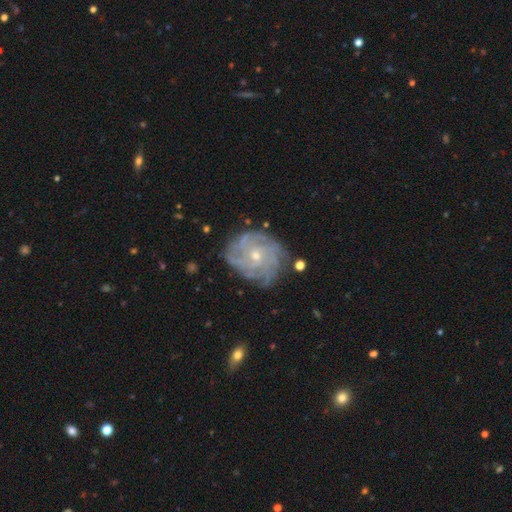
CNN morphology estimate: The model was most divided on "spiral arm count": can't tell: 33%, 4: 22%, more than 4: 20%, 3: 10%, 2: 8%, 1: 7%. More confident: edge-on disk — no (97%); spiral arms — yes (94%); smooth or featured — featured or disk (82%); merging — none (76%); bar — no (76%); spiral winding — tight (69%); bulge size — small (62%).